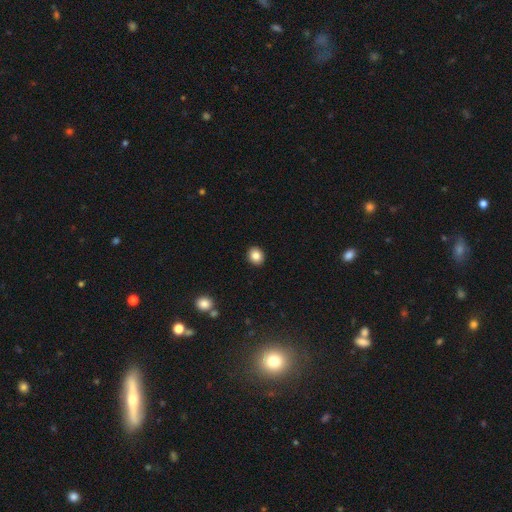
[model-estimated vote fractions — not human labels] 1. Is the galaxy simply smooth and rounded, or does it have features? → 85% smooth, 9% star or artifact, 6% featured or disk.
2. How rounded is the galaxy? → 66% round, 34% in between, 1% cigar-shaped.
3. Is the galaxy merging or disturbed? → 92% none, 5% minor disturbance, 2% major disturbance, 1% merger.